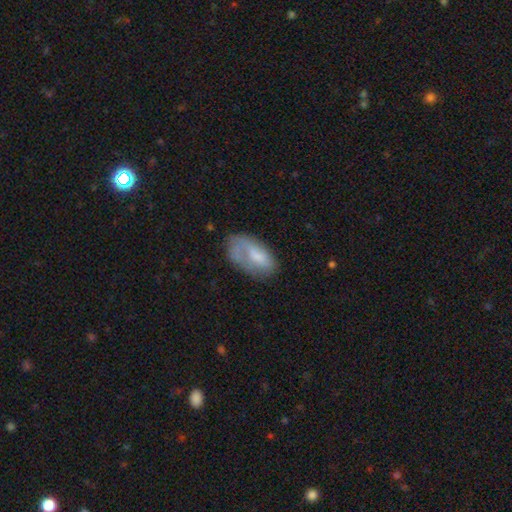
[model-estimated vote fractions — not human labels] Morphology: type=smooth (56%); roundness=in between (92%); merging=none (43%).